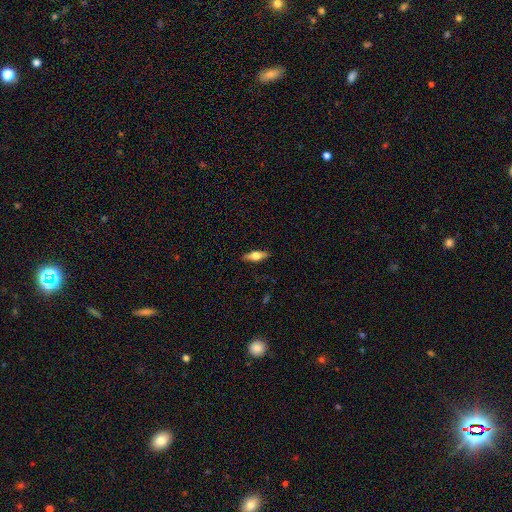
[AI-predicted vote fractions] Smooth or featured? featured or disk (47%)
Merging? none (88%)